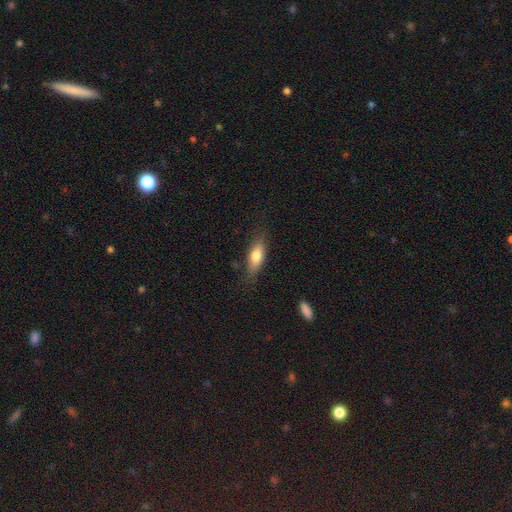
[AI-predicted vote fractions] Smooth or featured: smooth — 72% (featured or disk — 21%)
How rounded: in between — 66% (cigar-shaped — 31%)
Merging: none — 77% (minor disturbance — 17%)